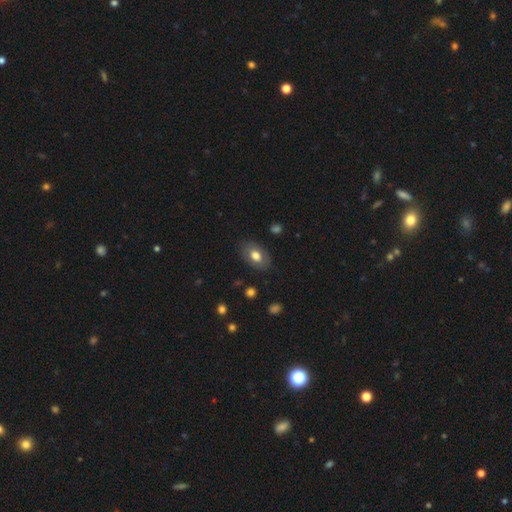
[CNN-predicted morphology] Smooth or featured?
  - smooth: 70% *
  - featured or disk: 23%
  - star or artifact: 7%
How rounded?
  - in between: 86% *
  - round: 12%
  - cigar-shaped: 1%
Merging?
  - none: 82% *
  - minor disturbance: 13%
  - major disturbance: 4%
  - merger: 1%